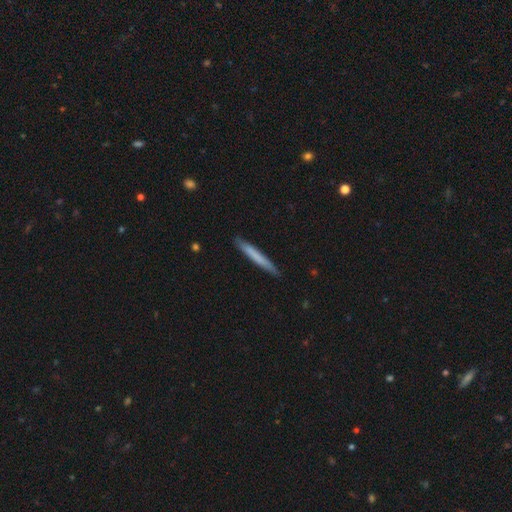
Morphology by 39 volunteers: A featured or disk galaxy (56%) viewed edge-on (100%) with no central bulge (95%).

Vote fractions:
- Smooth or featured? featured or disk: 56% / smooth: 38% / star or artifact: 5%
- Edge-on disk? yes: 100% / no: 0%
- Edge-on bulge? none: 95% / rounded: 5% / boxy: 0%
- Merging? none: 95% / minor disturbance: 5% / major disturbance: 0% / merger: 0%